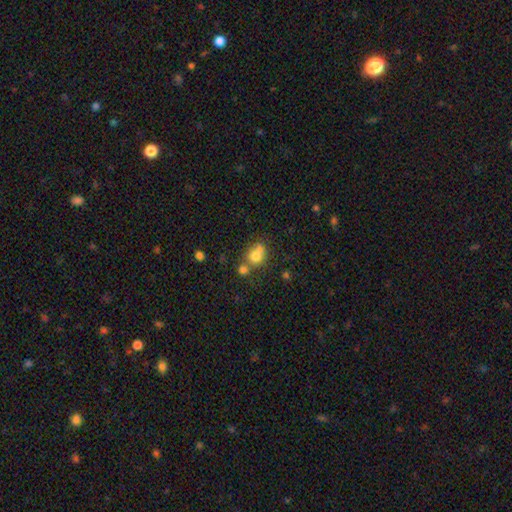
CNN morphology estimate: smooth-or-featured: smooth: 74% | featured or disk: 13% | star or artifact: 12%
  how-rounded: round: 72% | in between: 27% | cigar-shaped: 1%
  merging: none: 43% | merger: 41% | minor disturbance: 11% | major disturbance: 5%